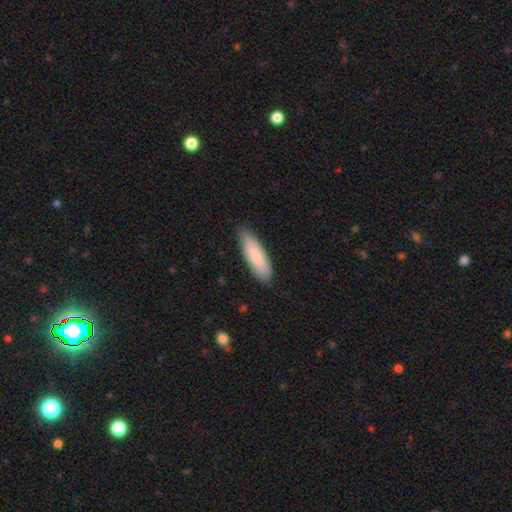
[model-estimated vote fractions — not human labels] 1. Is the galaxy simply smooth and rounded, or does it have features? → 85% smooth, 10% featured or disk, 5% star or artifact.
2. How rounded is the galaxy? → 49% in between (tied), 49% cigar-shaped (tied), 1% round.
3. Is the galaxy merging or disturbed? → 82% none, 14% minor disturbance, 2% major disturbance, 1% merger.